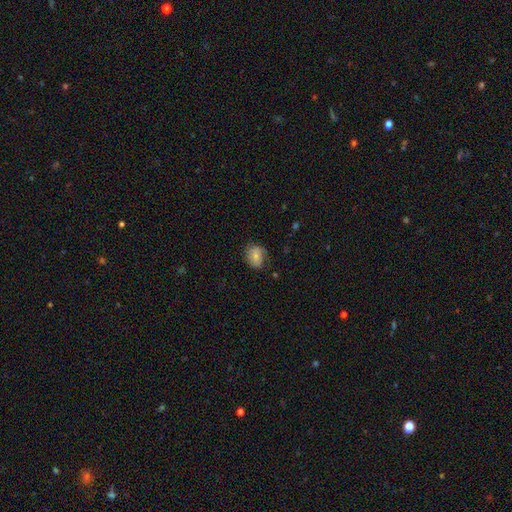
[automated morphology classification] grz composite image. It shows a smooth galaxy with no disk features (69%) that is round (50%). Merging: none (63%).